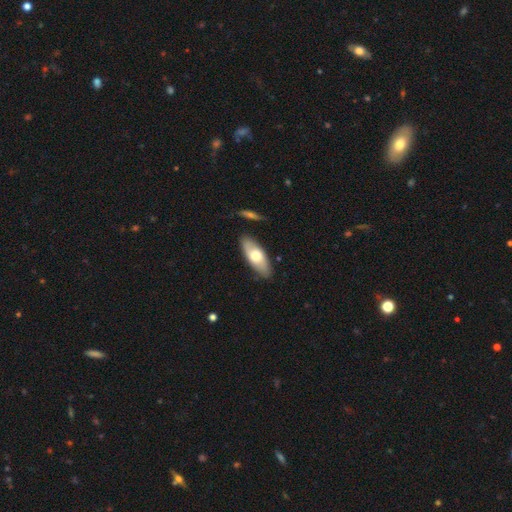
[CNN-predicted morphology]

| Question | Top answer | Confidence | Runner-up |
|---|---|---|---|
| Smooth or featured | smooth | 64% | featured or disk (30%) |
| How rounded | in between | 75% | cigar-shaped (22%) |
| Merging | none | 84% | minor disturbance (12%) |